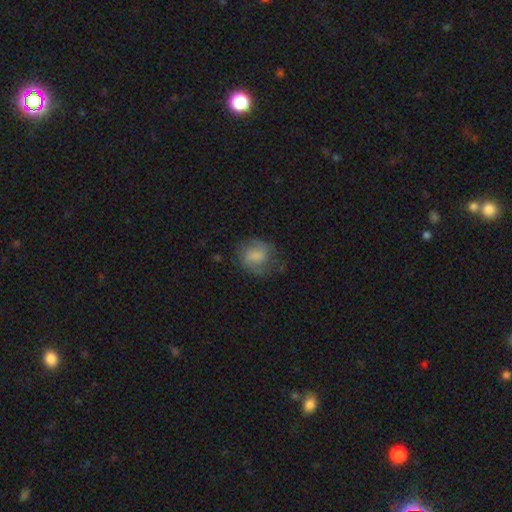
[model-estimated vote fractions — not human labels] smooth 56%, featured or disk 35%, star or artifact 9%. Down the decision tree: how rounded — round (62%); merging — none (59%).